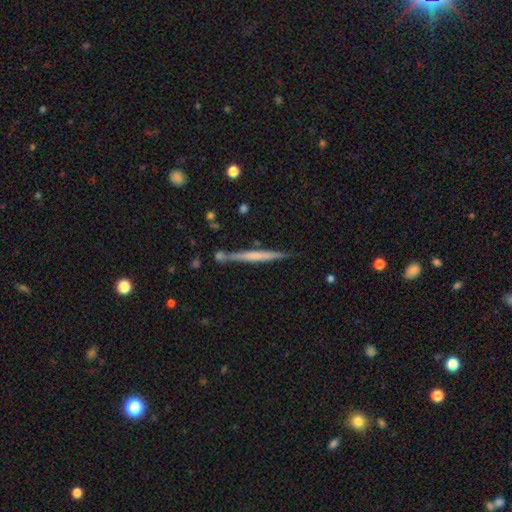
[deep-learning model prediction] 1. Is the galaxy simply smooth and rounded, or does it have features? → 54% featured or disk, 40% smooth, 6% star or artifact.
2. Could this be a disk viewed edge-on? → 97% yes, 3% no.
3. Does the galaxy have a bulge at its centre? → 68% none, 19% rounded, 13% boxy.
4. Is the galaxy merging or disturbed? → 82% none, 10% minor disturbance, 5% merger, 2% major disturbance.